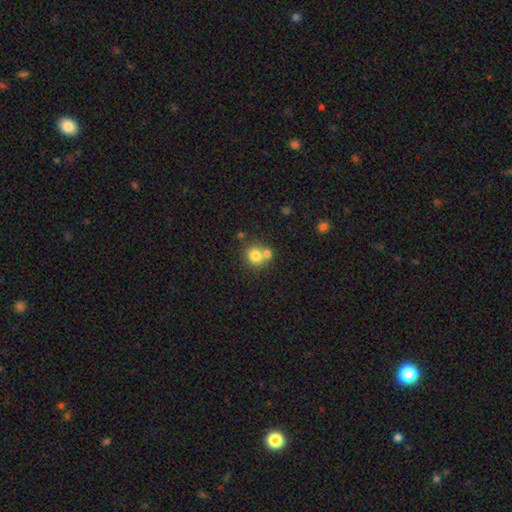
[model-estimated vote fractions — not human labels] A smooth galaxy with no disk features (78%) that is round (83%). Merging: none (49%).